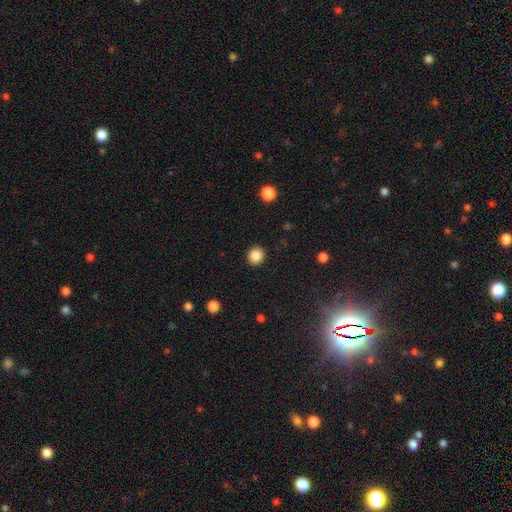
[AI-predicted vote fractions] Smooth or featured? smooth (86%)
How rounded? round (85%)
Merging? none (92%)